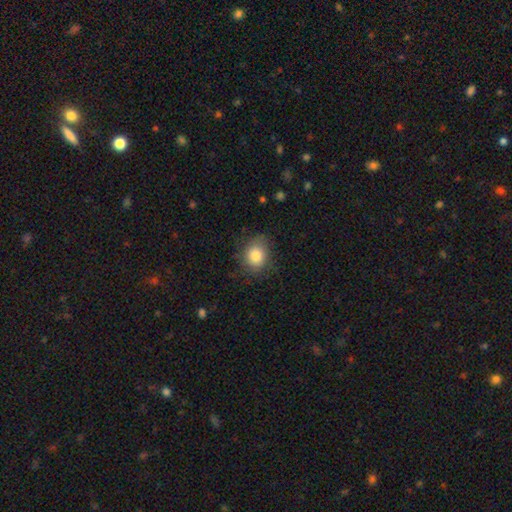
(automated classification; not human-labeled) A smooth galaxy with no disk features (82%) that is round (53%).

Vote fractions:
- Smooth or featured? smooth: 82% / featured or disk: 9% / star or artifact: 9%
- How rounded? round: 53% / in between: 46% / cigar-shaped: 1%
- Merging? none: 77% / minor disturbance: 17% / major disturbance: 5% / merger: 1%